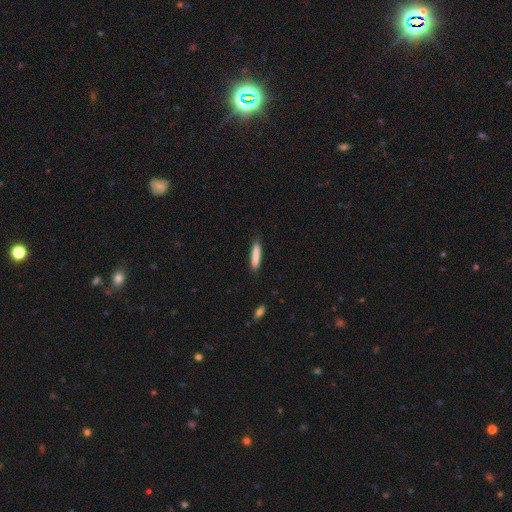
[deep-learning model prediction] Smooth or featured?
  - smooth: 83% *
  - featured or disk: 11%
  - star or artifact: 6%
How rounded?
  - cigar-shaped: 90% *
  - in between: 9%
  - round: 1%
Merging?
  - none: 84% *
  - minor disturbance: 12%
  - major disturbance: 2%
  - merger: 2%